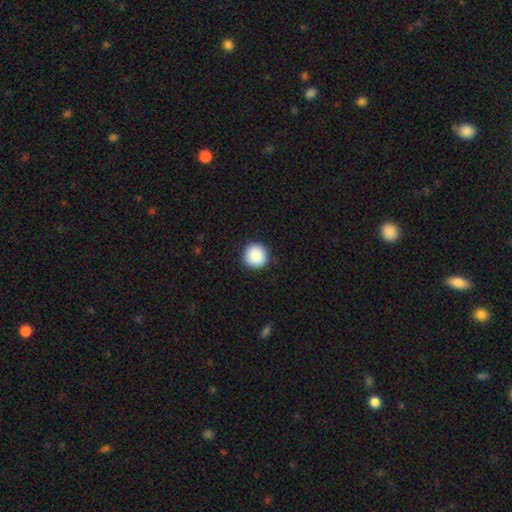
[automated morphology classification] A smooth galaxy with no disk features (89%) that is round (95%). Merging: none (91%).